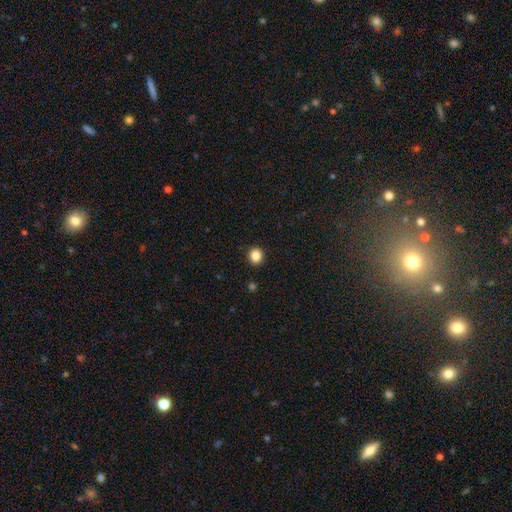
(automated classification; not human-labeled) A smooth galaxy with no disk features (85%) that is round (85%).

Vote fractions:
- Smooth or featured? smooth: 85% / star or artifact: 11% / featured or disk: 4%
- How rounded? round: 85% / in between: 14% / cigar-shaped: 1%
- Merging? none: 92% / minor disturbance: 5% / major disturbance: 2% / merger: 1%